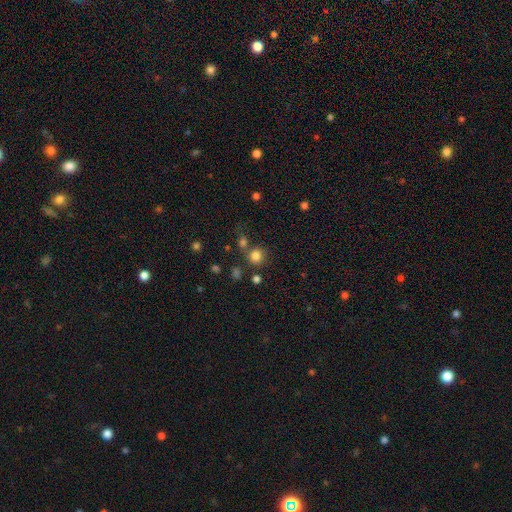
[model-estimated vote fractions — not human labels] A smooth galaxy with no disk features (80%) that is round (88%).

Vote fractions:
- Smooth or featured? smooth: 80% / star or artifact: 14% / featured or disk: 6%
- How rounded? round: 88% / in between: 11% / cigar-shaped: 1%
- Merging? none: 70% / merger: 16% / minor disturbance: 10% / major disturbance: 5%